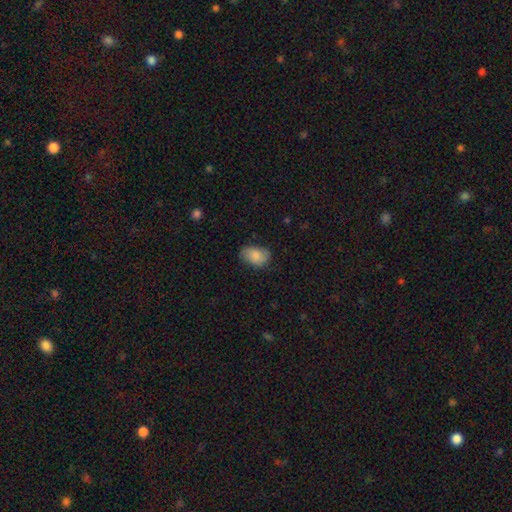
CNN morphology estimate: Q: Smooth or featured?
A: smooth (83%); runner-up: featured or disk (10%)
Q: How rounded?
A: in between (86%); runner-up: round (13%)
Q: Merging?
A: none (73%); runner-up: minor disturbance (22%)